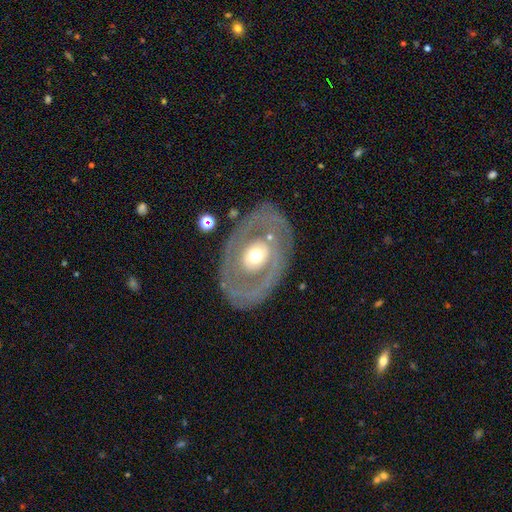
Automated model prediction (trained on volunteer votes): A featured or disk galaxy (72%) with no bar (80%), no spiral arms (68%) and a moderate central bulge (66%).

Vote fractions:
- Smooth or featured? featured or disk: 72% / smooth: 23% / star or artifact: 5%
- Edge-on disk? no: 93% / yes: 7%
- Bar? no: 80% / weak: 14% / strong: 6%
- Spiral arms? no: 68% / yes: 32%
- Bulge size? moderate: 66% / large: 17% / small: 14% / dominant: 2% / none: 1%
- Merging? none: 77% / minor disturbance: 13% / major disturbance: 8% / merger: 2%